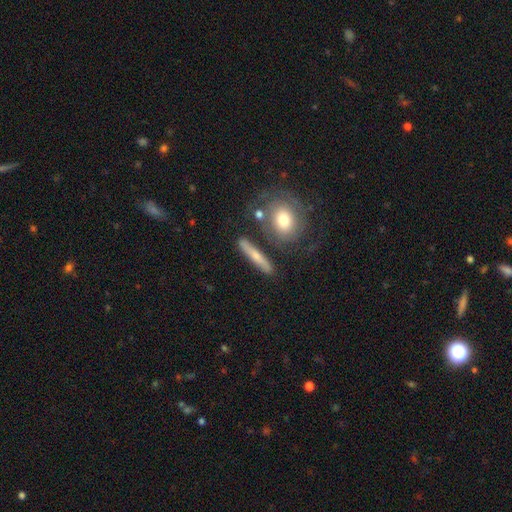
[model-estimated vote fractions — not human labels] A smooth galaxy with no disk features (55%) that is cigar-shaped (80%).

Vote fractions:
- Smooth or featured? smooth: 55% / featured or disk: 37% / star or artifact: 8%
- How rounded? cigar-shaped: 80% / in between: 12% / round: 8%
- Merging? none: 77% / minor disturbance: 12% / merger: 7% / major disturbance: 4%